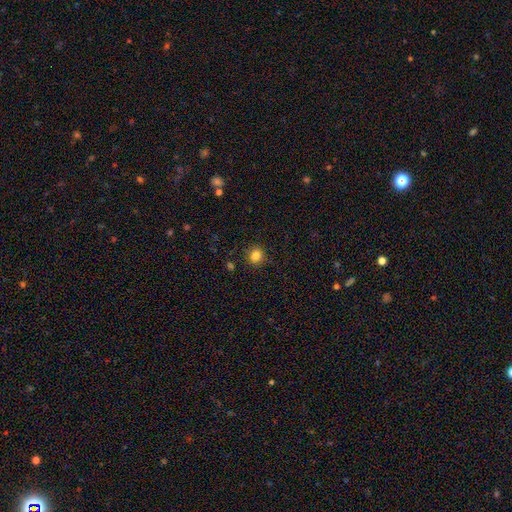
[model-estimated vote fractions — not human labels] Smooth or featured?
  - smooth: 83% *
  - star or artifact: 11%
  - featured or disk: 5%
How rounded?
  - round: 81% *
  - in between: 18%
  - cigar-shaped: 1%
Merging?
  - none: 89% *
  - minor disturbance: 8%
  - major disturbance: 2%
  - merger: 1%